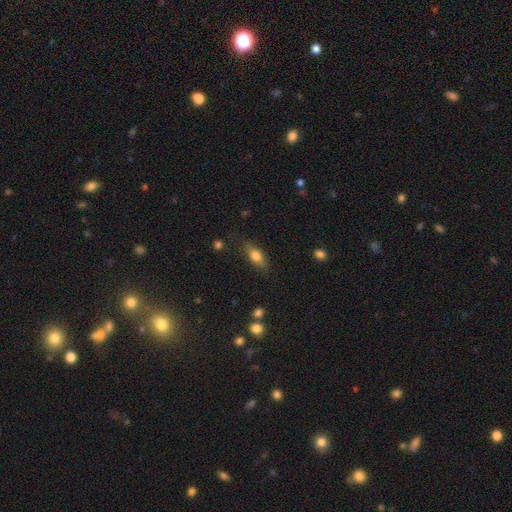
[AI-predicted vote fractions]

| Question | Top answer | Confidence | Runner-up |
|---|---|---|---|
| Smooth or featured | smooth | 76% | featured or disk (16%) |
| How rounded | in between | 77% | cigar-shaped (18%) |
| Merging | none | 80% | minor disturbance (14%) |